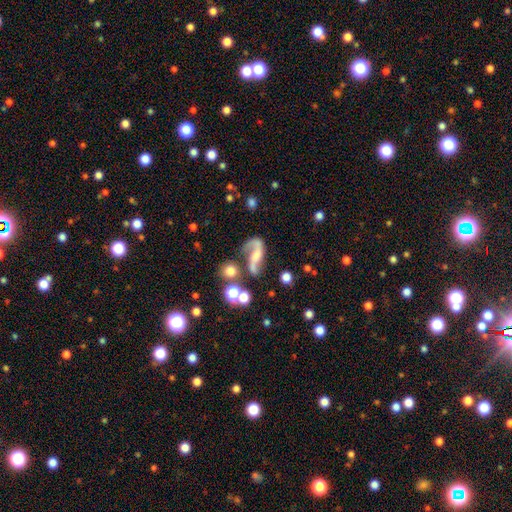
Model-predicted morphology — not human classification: The model was most divided on "bulge size": small: 32%, none: 31%, moderate: 27%, large: 8%, dominant: 2%. Remaining: edge-on disk — no (95%); spiral arms — yes (92%); spiral arm count — 2 (85%); spiral winding — loose (80%); smooth or featured — featured or disk (78%); merging — none (45%); bar — no (43%).